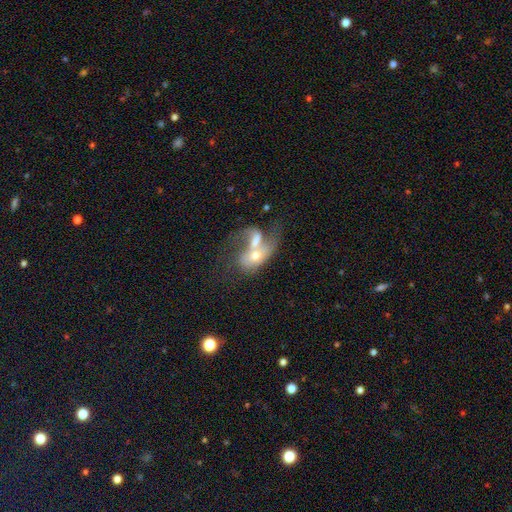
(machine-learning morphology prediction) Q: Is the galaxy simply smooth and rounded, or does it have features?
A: featured or disk — 53%.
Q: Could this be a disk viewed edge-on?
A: no — 93%.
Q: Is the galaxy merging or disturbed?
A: merger — 73%.